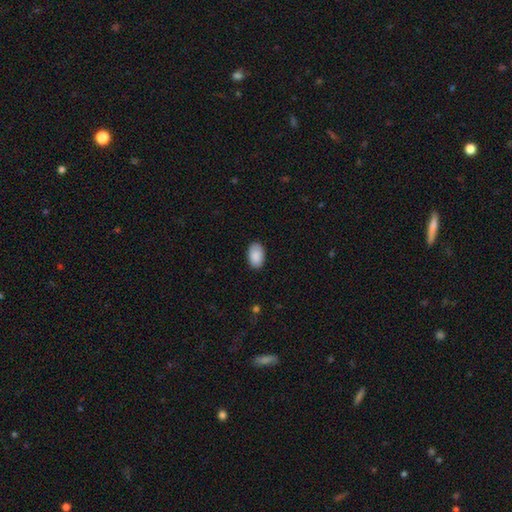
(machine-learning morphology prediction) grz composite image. It shows a smooth galaxy with no disk features (90%) that is in between round and cigar-shaped (93%). Merging: none (87%).